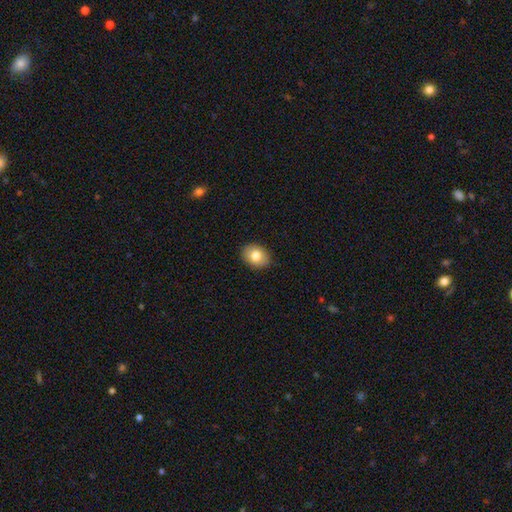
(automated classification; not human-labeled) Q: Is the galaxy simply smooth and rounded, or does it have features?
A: smooth — 80%.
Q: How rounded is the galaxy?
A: in between — 69%.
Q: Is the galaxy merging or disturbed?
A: none — 89%.